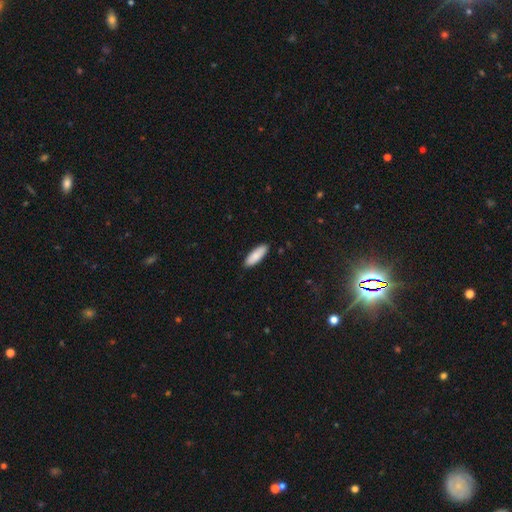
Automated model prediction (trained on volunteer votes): Smooth or featured?
  - smooth: 85% *
  - featured or disk: 9%
  - star or artifact: 5%
How rounded?
  - in between: 62% *
  - cigar-shaped: 36%
  - round: 2%
Merging?
  - none: 89% *
  - minor disturbance: 8%
  - major disturbance: 2%
  - merger: 1%